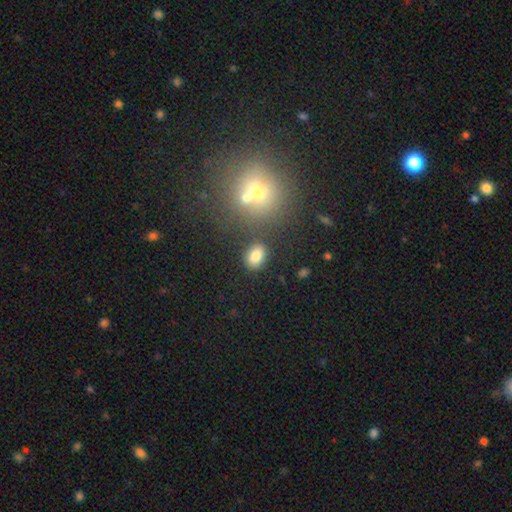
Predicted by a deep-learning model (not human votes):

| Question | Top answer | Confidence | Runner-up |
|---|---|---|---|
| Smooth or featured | smooth | 83% | star or artifact (10%) |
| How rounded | in between | 69% | round (30%) |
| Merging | none | 79% | minor disturbance (11%) |